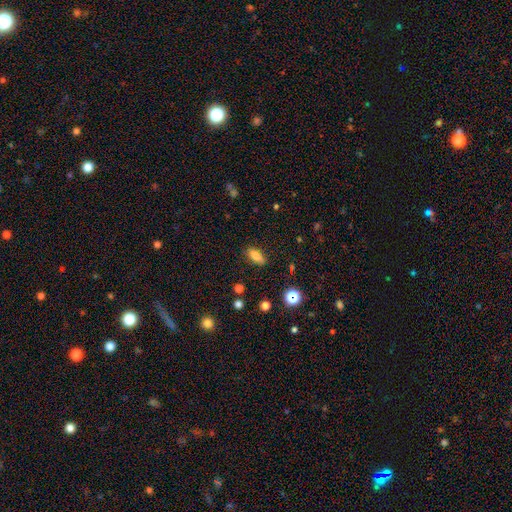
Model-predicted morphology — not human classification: Smooth or featured?
  - smooth: 77% *
  - featured or disk: 12%
  - star or artifact: 11%
How rounded?
  - in between: 78% *
  - cigar-shaped: 17%
  - round: 5%
Merging?
  - none: 85% *
  - minor disturbance: 11%
  - major disturbance: 3%
  - merger: 2%